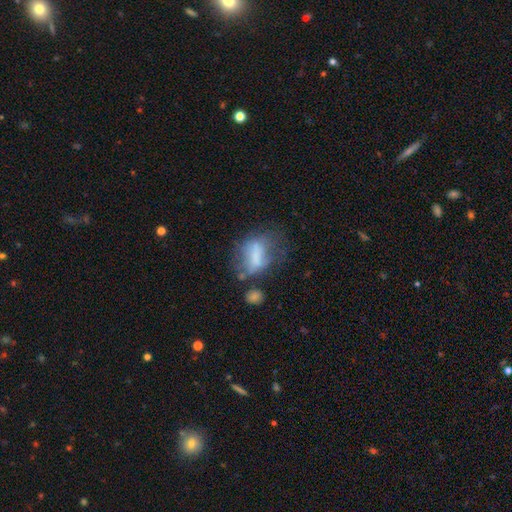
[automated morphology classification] Smooth or featured: smooth — 52% (featured or disk — 35%)
How rounded: in between — 76% (round — 18%)
Merging: major disturbance — 32% (tied with none — 32%)